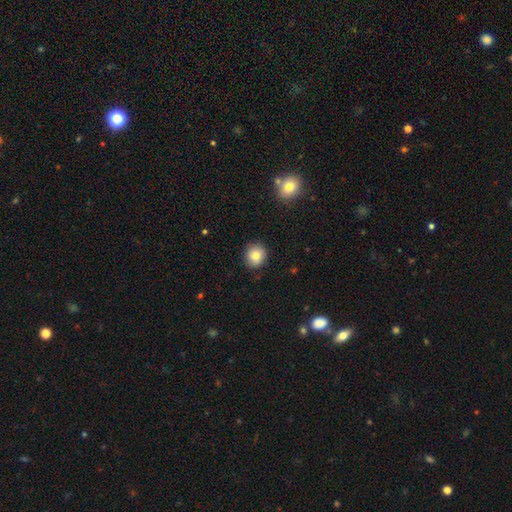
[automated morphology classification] Smooth or featured?
  - smooth: 82% *
  - star or artifact: 9%
  - featured or disk: 8%
How rounded?
  - round: 87% *
  - in between: 12%
  - cigar-shaped: 1%
Merging?
  - none: 86% *
  - minor disturbance: 10%
  - major disturbance: 2%
  - merger: 1%